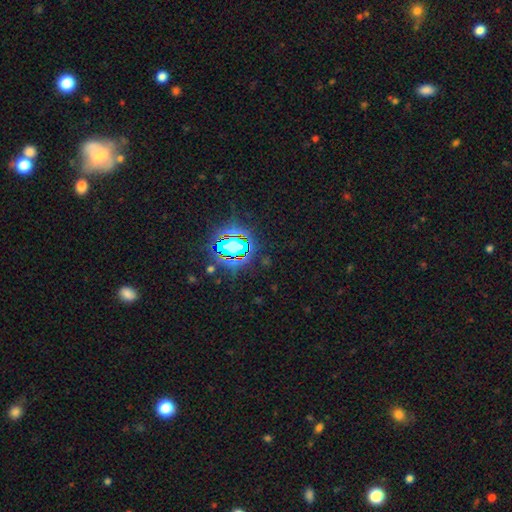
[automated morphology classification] Smooth or featured: star or artifact — 81% (smooth — 11%)